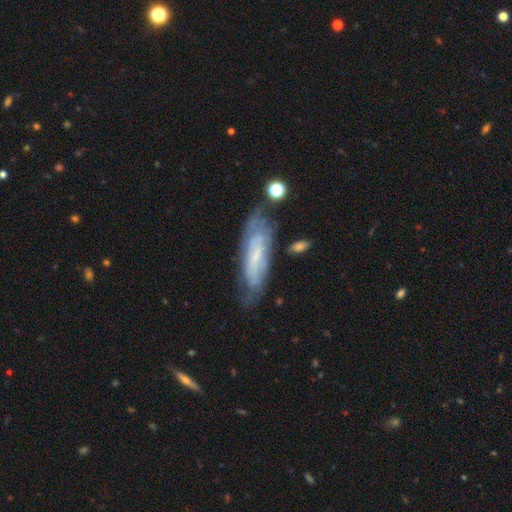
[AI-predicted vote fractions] Overall: featured or disk (60%; smooth 32%). Edge-on disk: no (71%). Merging: none (62%; minor disturbance 23%).